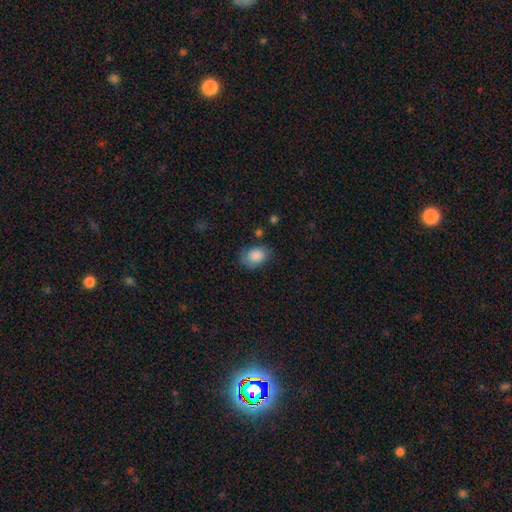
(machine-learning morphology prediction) A smooth galaxy with no disk features (83%) that is in between round and cigar-shaped (68%).

Vote fractions:
- Smooth or featured? smooth: 83% / featured or disk: 9% / star or artifact: 8%
- How rounded? in between: 68% / round: 31% / cigar-shaped: 1%
- Merging? none: 65% / minor disturbance: 25% / major disturbance: 8% / merger: 2%